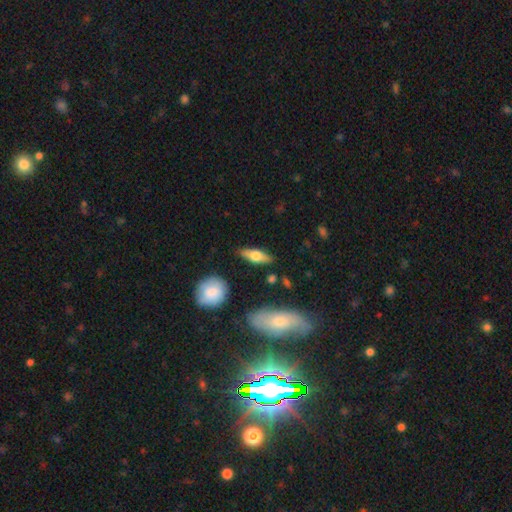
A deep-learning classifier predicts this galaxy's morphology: The model was most divided on "smooth or featured": smooth: 52%, featured or disk: 42%, star or artifact: 7%. More confident: merging — none (83%); how rounded — in between (58%).